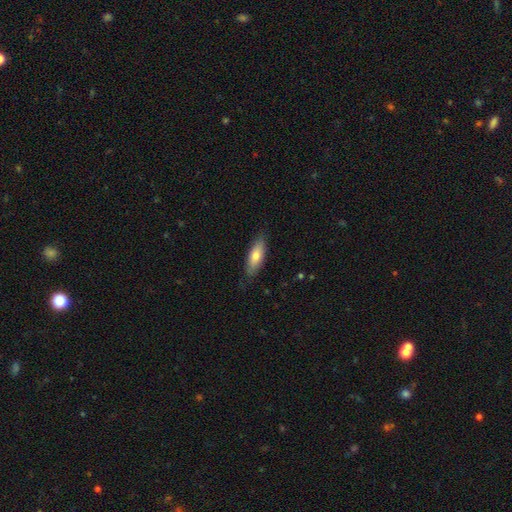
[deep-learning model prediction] This appears to be a smooth galaxy with no disk features (70%) that is in between round and cigar-shaped (63%). Merging: none (82%).